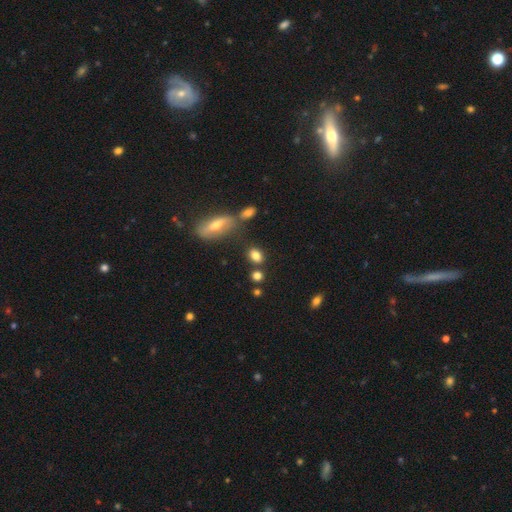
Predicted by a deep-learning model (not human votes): This is clearly a smooth galaxy (81%). How rounded: likely in between (69%). Merging: likely none (70%).